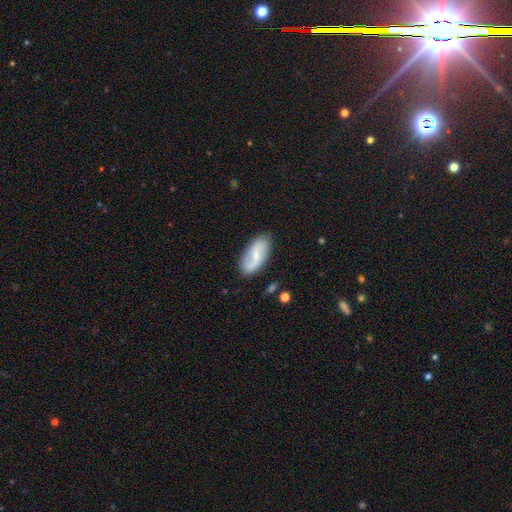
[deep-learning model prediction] smooth-or-featured: featured or disk: 58% | smooth: 36% | star or artifact: 6%
  disk-edge-on: no: 95% | yes: 5%
    bar: weak: 45% | no: 43% | strong: 13%
    has-spiral-arms: yes: 86% | no: 14%
    bulge-size: small: 60% | moderate: 31% | none: 7% | large: 2% | dominant: 1%
  merging: none: 79% | minor disturbance: 15% | major disturbance: 4% | merger: 2%